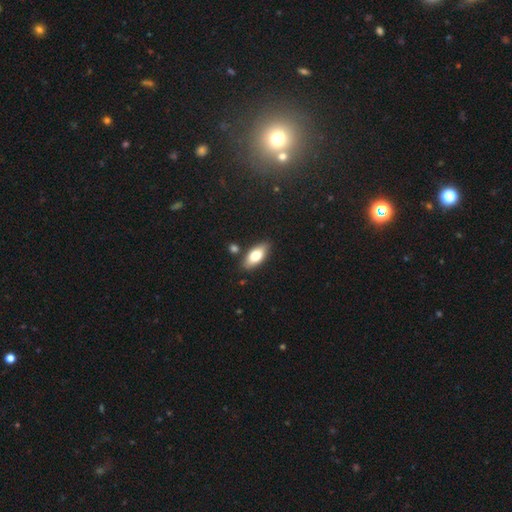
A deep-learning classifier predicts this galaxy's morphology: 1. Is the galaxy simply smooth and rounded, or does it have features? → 75% smooth, 19% featured or disk, 7% star or artifact.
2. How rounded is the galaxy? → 85% in between, 12% cigar-shaped, 3% round.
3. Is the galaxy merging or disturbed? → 83% none, 11% minor disturbance, 4% merger, 2% major disturbance.